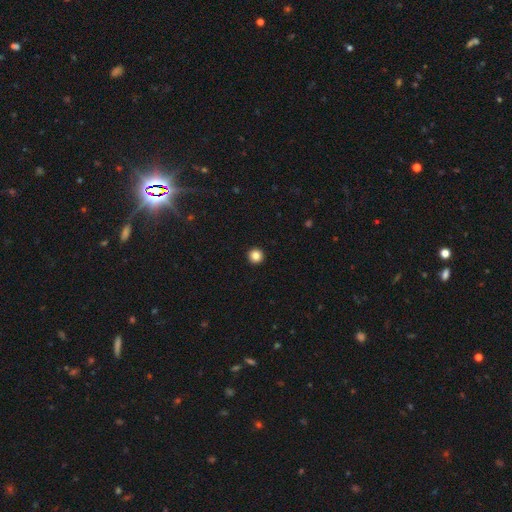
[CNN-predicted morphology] type=smooth (85%); roundness=round (97%); merging=none (94%).